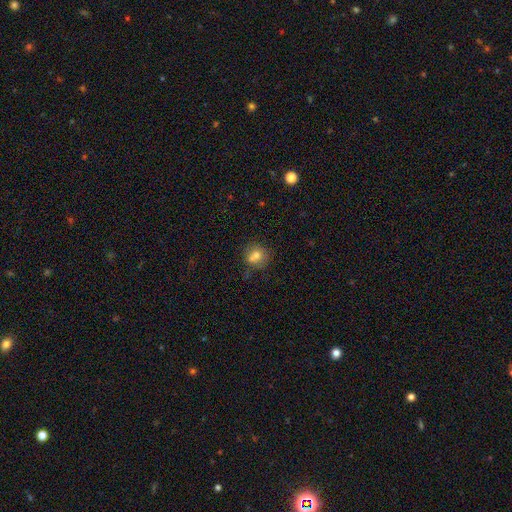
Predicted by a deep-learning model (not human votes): Smooth or featured: smooth — 71% (featured or disk — 17%)
How rounded: round — 81% (in between — 18%)
Merging: none — 52% (merger — 30%)